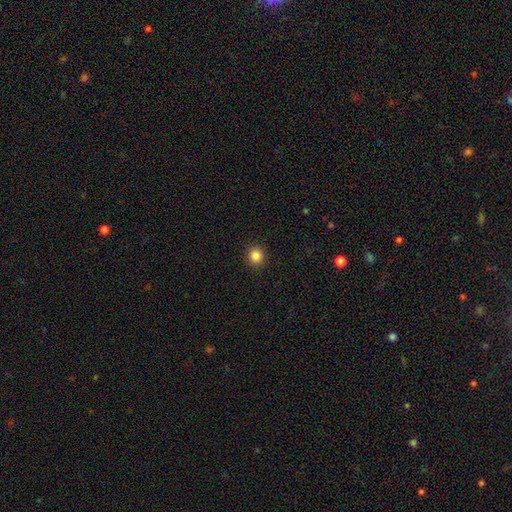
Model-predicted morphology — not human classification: This is clearly a smooth galaxy (85%). How rounded: clearly round (92%). Merging: clearly none (92%).